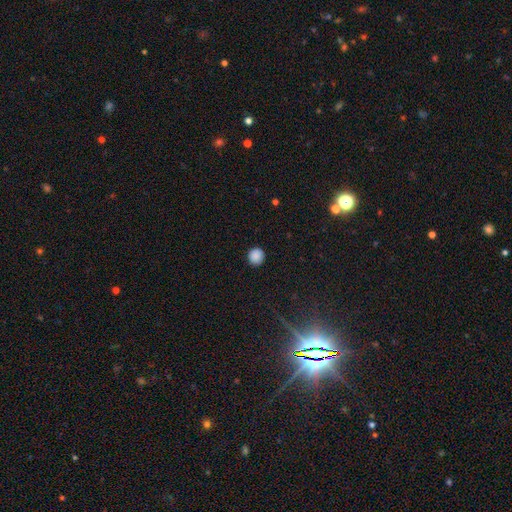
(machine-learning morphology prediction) Smooth or featured?
  - smooth: 88% *
  - star or artifact: 10%
  - featured or disk: 3%
How rounded?
  - round: 94% *
  - in between: 5%
  - cigar-shaped: 1%
Merging?
  - none: 91% *
  - minor disturbance: 6%
  - major disturbance: 2%
  - merger: 1%